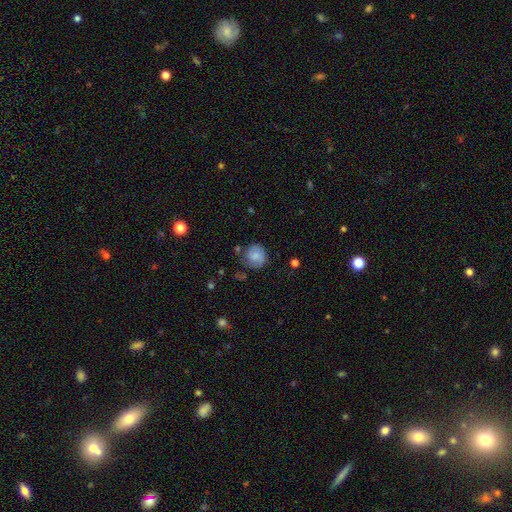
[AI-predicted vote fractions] Q: Smooth or featured?
A: smooth (61%); runner-up: featured or disk (30%)
Q: How rounded?
A: round (84%); runner-up: in between (15%)
Q: Merging?
A: none (68%); runner-up: minor disturbance (21%)